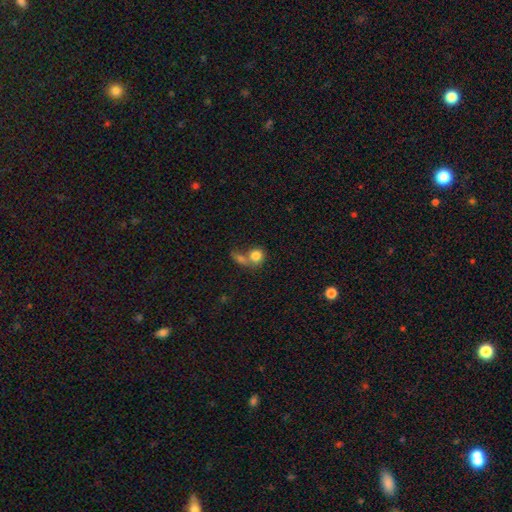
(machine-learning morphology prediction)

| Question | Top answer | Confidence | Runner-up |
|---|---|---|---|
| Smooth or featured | smooth | 79% | featured or disk (12%) |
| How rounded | round | 78% | in between (20%) |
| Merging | merger | 52% | none (32%) |